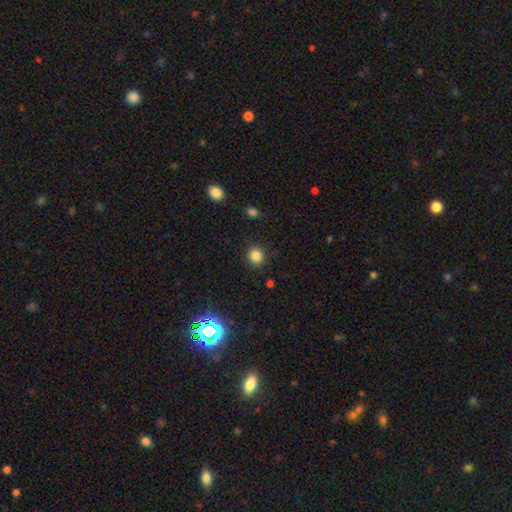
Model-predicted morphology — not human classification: This is clearly a smooth galaxy (84%). How rounded: clearly round (87%). Merging: clearly none (90%).